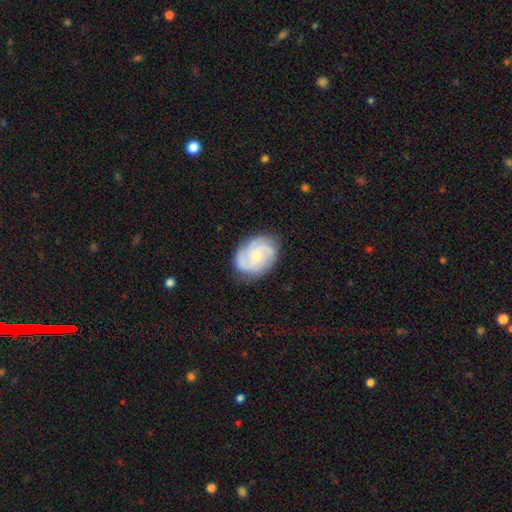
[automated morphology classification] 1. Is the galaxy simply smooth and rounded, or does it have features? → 81% featured or disk, 14% smooth, 5% star or artifact.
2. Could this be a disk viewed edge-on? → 98% no, 2% yes.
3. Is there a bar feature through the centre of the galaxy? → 71% no, 25% weak, 3% strong.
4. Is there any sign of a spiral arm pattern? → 97% yes, 3% no.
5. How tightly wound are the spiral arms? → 50% tight, 41% medium, 9% loose.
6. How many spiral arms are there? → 58% 3, 14% 2, 10% 4, 10% can't tell, 4% 1, 4% more than 4.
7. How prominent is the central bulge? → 60% small, 36% moderate, 2% none, 1% large, 1% dominant.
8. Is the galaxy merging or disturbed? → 80% none, 15% minor disturbance, 4% major disturbance, 1% merger.